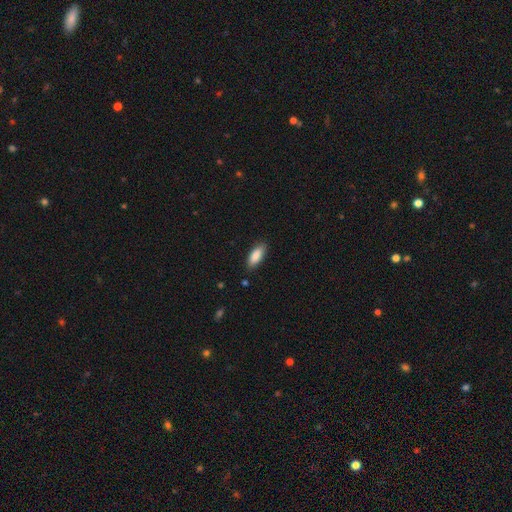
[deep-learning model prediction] Smooth or featured?
  - smooth: 87% *
  - featured or disk: 7%
  - star or artifact: 6%
How rounded?
  - in between: 78% *
  - cigar-shaped: 20%
  - round: 2%
Merging?
  - none: 85% *
  - minor disturbance: 11%
  - major disturbance: 2%
  - merger: 1%